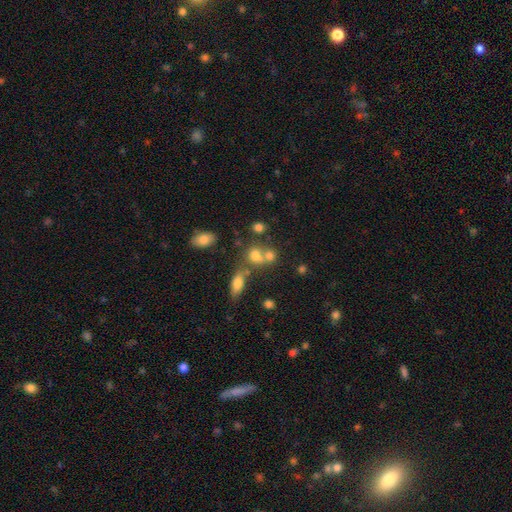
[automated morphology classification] Q: Smooth or featured?
A: smooth (70%); runner-up: star or artifact (16%)
Q: How rounded?
A: round (64%); runner-up: in between (34%)
Q: Merging?
A: merger (48%); runner-up: none (36%)